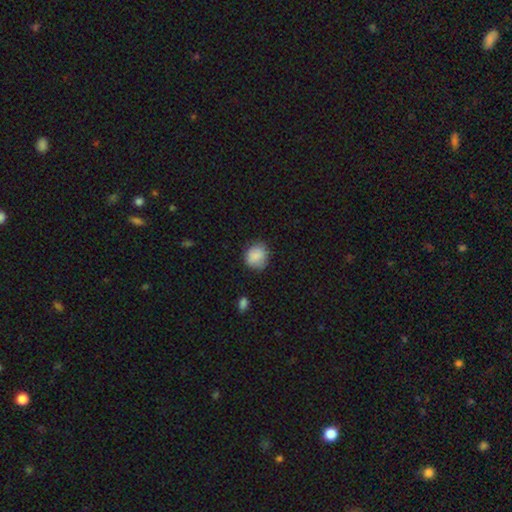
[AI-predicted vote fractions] smooth_or_featured: smooth (p=0.85) [alt: star or artifact p=0.08]
how_rounded: round (p=0.70) [alt: in between p=0.29]
merging: none (p=0.74) [alt: minor disturbance p=0.20]